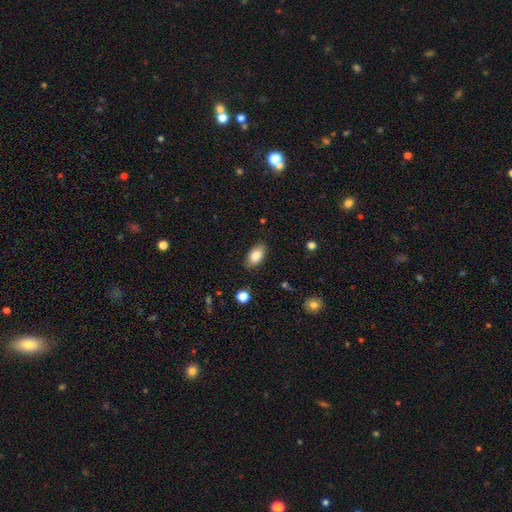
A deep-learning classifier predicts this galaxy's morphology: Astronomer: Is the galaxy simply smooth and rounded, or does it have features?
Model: smooth — 86%.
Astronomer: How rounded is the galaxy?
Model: in between — 92%.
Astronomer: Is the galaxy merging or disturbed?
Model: none — 83%.